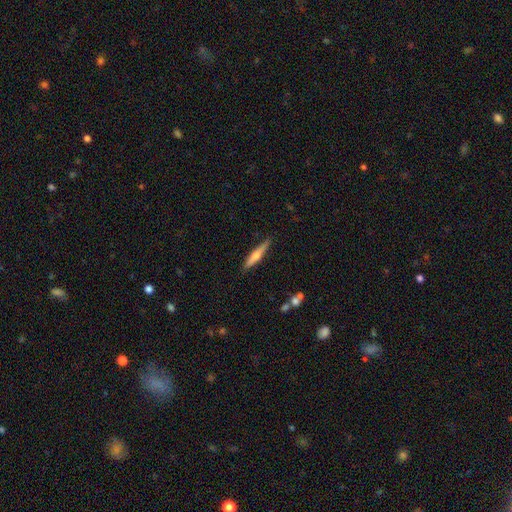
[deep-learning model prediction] smooth_or_featured: featured or disk (p=0.54) [alt: smooth p=0.40]
disk_edge_on: yes (p=0.96) [alt: no p=0.04]
edge_on_bulge: rounded (p=0.86) [alt: none p=0.09]
merging: none (p=0.88) [alt: minor disturbance p=0.08]